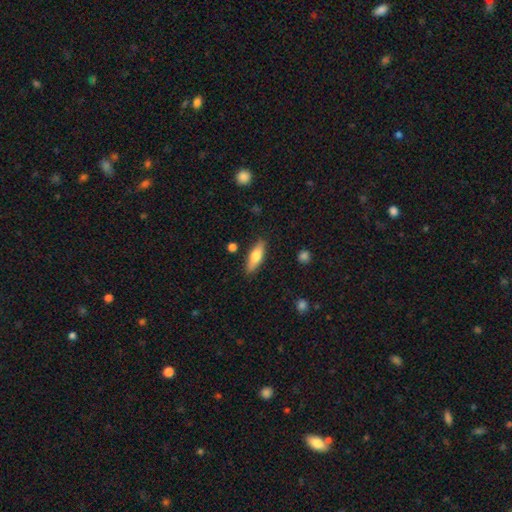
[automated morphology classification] Smooth or featured? smooth (63%)
How rounded? in between (53%)
Merging? none (85%)